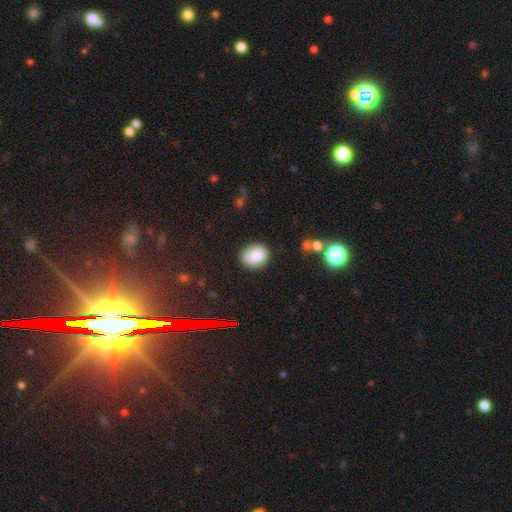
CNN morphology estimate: Smooth or featured? Predicted: smooth (p=0.85). How rounded? Predicted: round (p=0.54). Merging? Predicted: none (p=0.80).